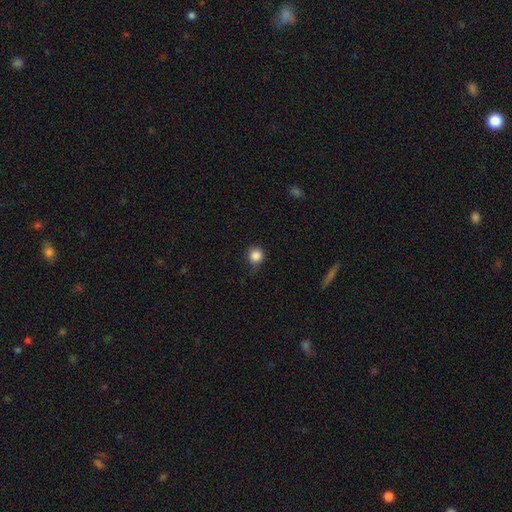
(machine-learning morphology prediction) Smooth or featured?
  - smooth: 86% *
  - star or artifact: 11%
  - featured or disk: 4%
How rounded?
  - round: 91% *
  - in between: 8%
  - cigar-shaped: 1%
Merging?
  - none: 77% *
  - minor disturbance: 18%
  - major disturbance: 4%
  - merger: 1%